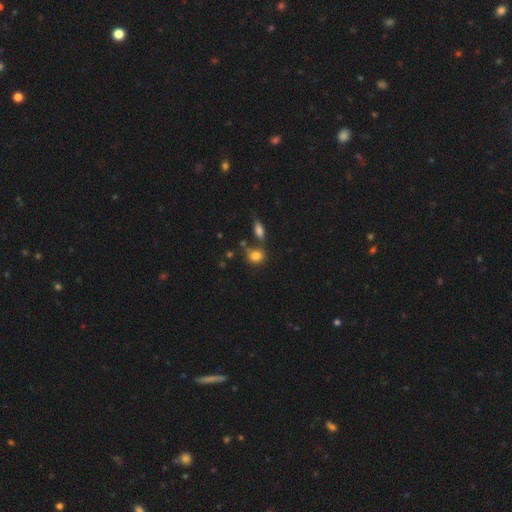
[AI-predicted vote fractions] smooth-or-featured: smooth: 82% | star or artifact: 10% | featured or disk: 8%
  how-rounded: round: 62% | in between: 36% | cigar-shaped: 2%
  merging: none: 60% | merger: 20% | minor disturbance: 15% | major disturbance: 5%